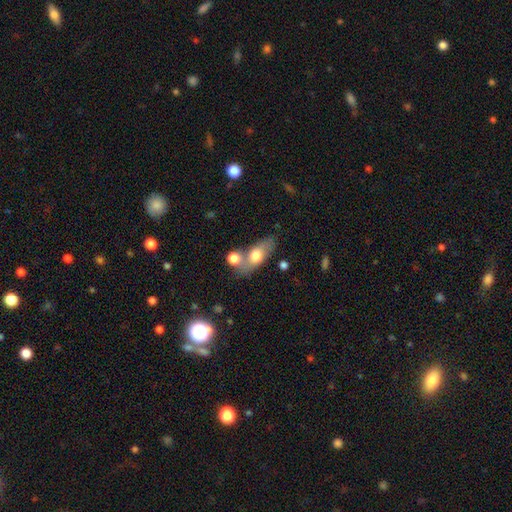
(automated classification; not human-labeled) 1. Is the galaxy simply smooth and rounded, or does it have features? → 68% smooth, 25% featured or disk, 7% star or artifact.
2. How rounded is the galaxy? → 76% in between, 16% cigar-shaped, 8% round.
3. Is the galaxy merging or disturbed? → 55% none, 24% merger, 15% minor disturbance, 6% major disturbance.